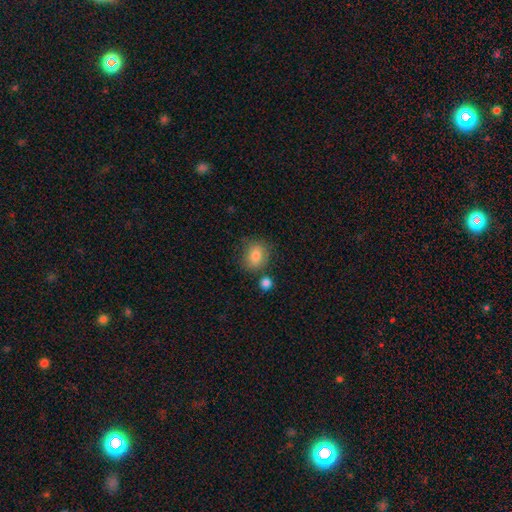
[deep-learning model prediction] Smooth or featured?
  - smooth: 82% *
  - featured or disk: 9%
  - star or artifact: 9%
How rounded?
  - round: 58% *
  - in between: 41%
  - cigar-shaped: 1%
Merging?
  - none: 71% *
  - minor disturbance: 16%
  - merger: 9%
  - major disturbance: 4%